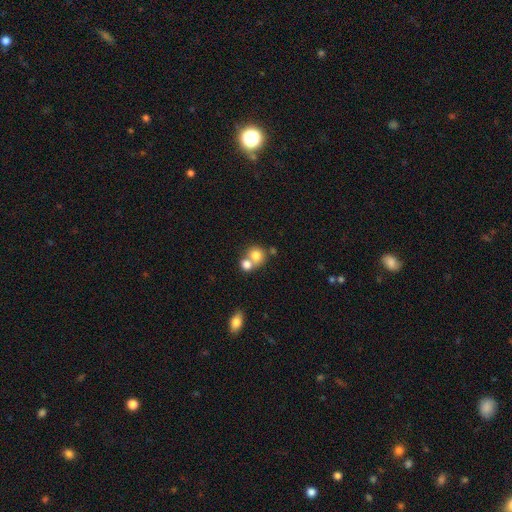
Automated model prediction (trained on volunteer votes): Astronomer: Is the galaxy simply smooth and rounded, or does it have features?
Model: smooth — 77%.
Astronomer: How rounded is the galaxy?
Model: round — 77%.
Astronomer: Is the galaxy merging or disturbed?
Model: merger — 56% (runner-up: none, 34%).